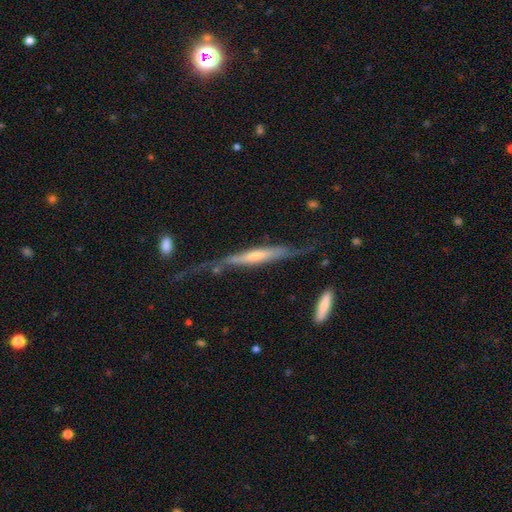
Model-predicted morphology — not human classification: The model was most divided on "edge-on bulge": rounded: 49%, none: 31%, boxy: 20%. More confident: edge-on disk — yes (86%); smooth or featured — featured or disk (72%); merging — none (51%).